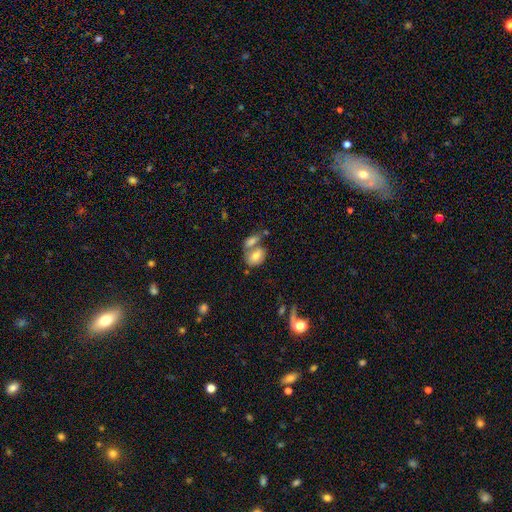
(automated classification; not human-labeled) A smooth galaxy with no disk features (75%) that is in between round and cigar-shaped (79%).

Vote fractions:
- Smooth or featured? smooth: 75% / featured or disk: 17% / star or artifact: 8%
- How rounded? in between: 79% / round: 19% / cigar-shaped: 2%
- Merging? merger: 53% / none: 32% / minor disturbance: 10% / major disturbance: 5%